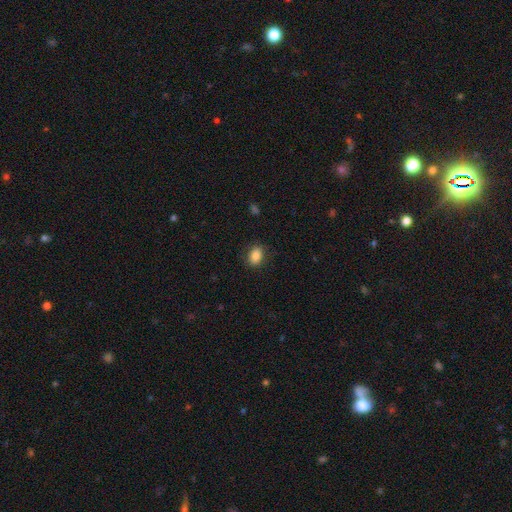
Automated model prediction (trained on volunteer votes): Morphology: type=smooth (85%); roundness=in between (73%); merging=none (84%).